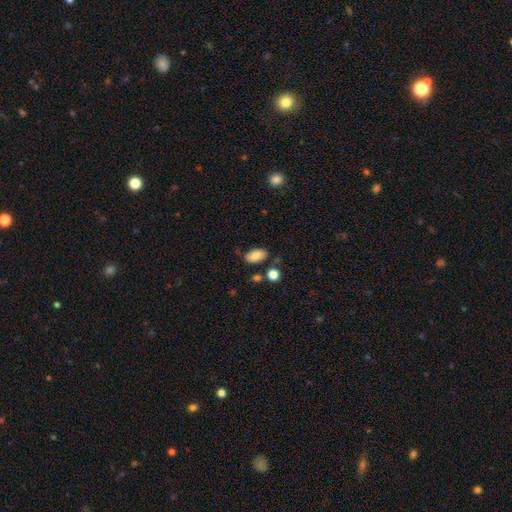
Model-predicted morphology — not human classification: A smooth galaxy with no disk features (85%) that is in between round and cigar-shaped (93%).

Vote fractions:
- Smooth or featured? smooth: 85% / star or artifact: 8% / featured or disk: 7%
- How rounded? in between: 93% / round: 5% / cigar-shaped: 2%
- Merging? none: 77% / minor disturbance: 14% / merger: 5% / major disturbance: 3%